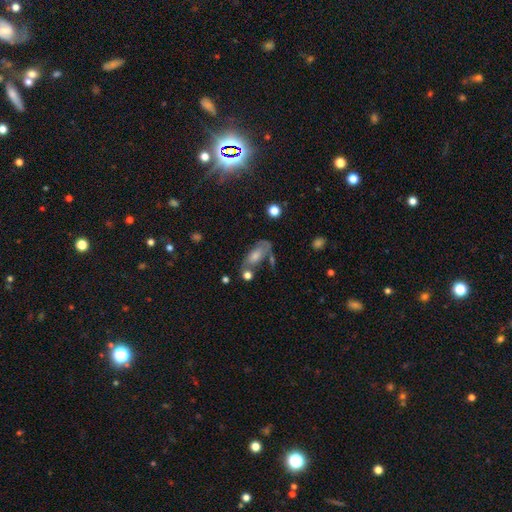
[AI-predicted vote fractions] A smooth galaxy with no disk features (62%) that is in between round and cigar-shaped (81%).

Vote fractions:
- Smooth or featured? smooth: 62% / featured or disk: 29% / star or artifact: 9%
- How rounded? in between: 81% / cigar-shaped: 15% / round: 4%
- Merging? none: 42% / minor disturbance: 23% / major disturbance: 17% / merger: 17%